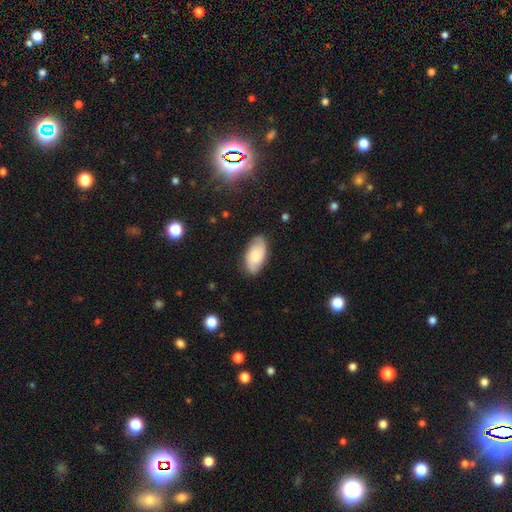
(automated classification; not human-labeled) Morphology: type=smooth (54%); roundness=in between (94%); merging=none (81%).